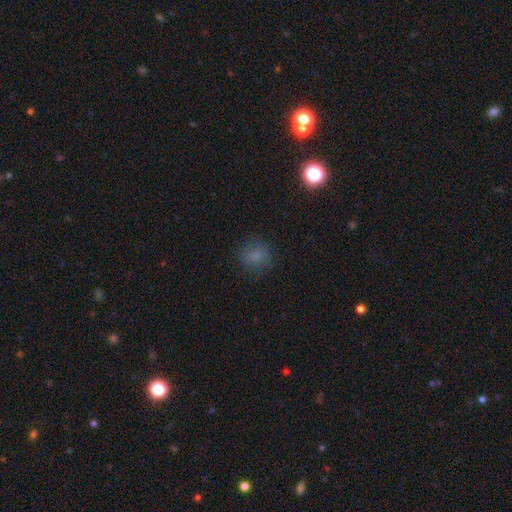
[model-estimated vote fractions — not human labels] This appears to be a smooth galaxy with no disk features (77%) that is round (80%). Merging: none (79%).